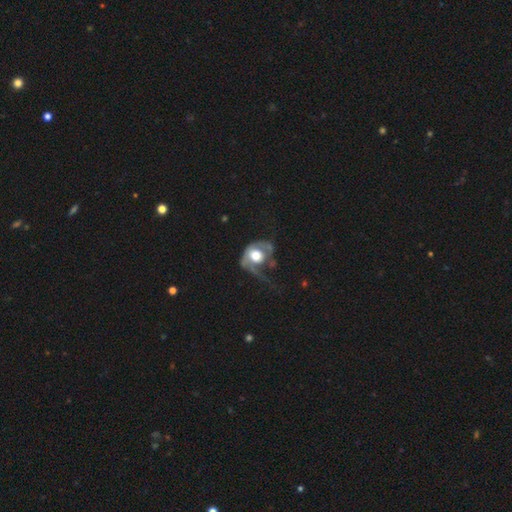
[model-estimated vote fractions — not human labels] This is possibly a featured or disk galaxy (56%). It is clearly not viewed edge-on (96%). Bar: clearly no (83%). Spiral arm pattern: possibly yes (52%). Central bulge: possibly large (46%). Merging: possibly major disturbance (58%).